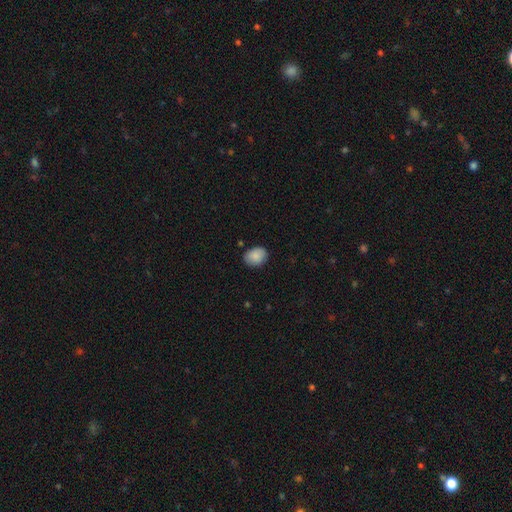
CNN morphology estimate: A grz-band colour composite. It shows a smooth galaxy with no disk features (88%) that is in between round and cigar-shaped (64%). Merging: none (83%).